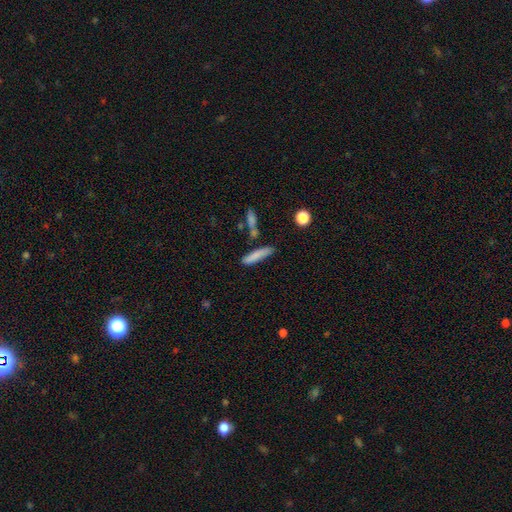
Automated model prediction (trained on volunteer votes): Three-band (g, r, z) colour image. It shows a smooth galaxy with no disk features (80%) that is cigar-shaped (81%). Merging: none (66%).